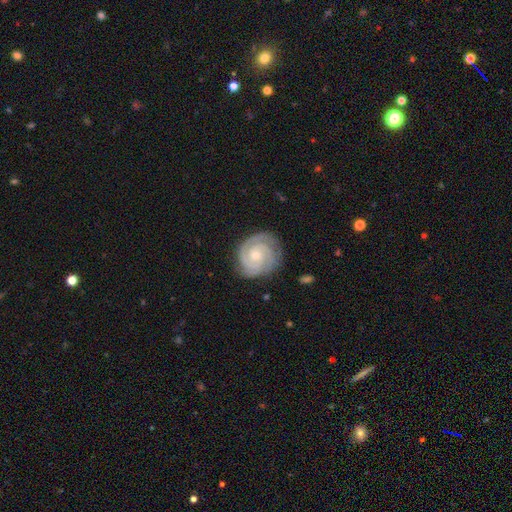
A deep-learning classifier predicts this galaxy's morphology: Smooth or featured? featured or disk (89%)
Edge-on disk? no (98%)
Bar? no (72%)
Spiral arms? yes (98%)
Spiral winding? tight (81%)
Spiral arm count? 2 (39%, tied with 3)
Bulge size? small (57%)
Merging? none (82%)